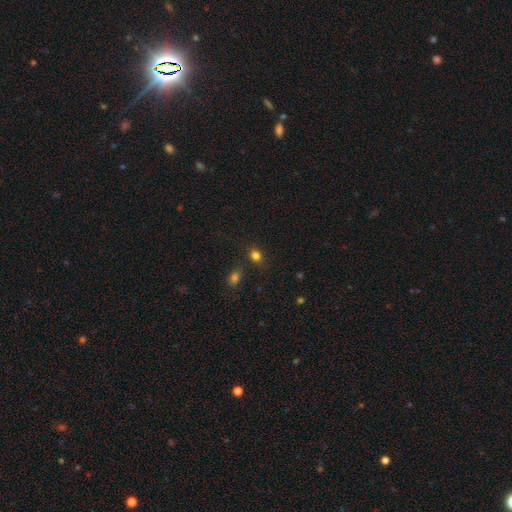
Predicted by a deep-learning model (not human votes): A smooth galaxy with no disk features (79%) that is round (51%). Merging: none (78%).